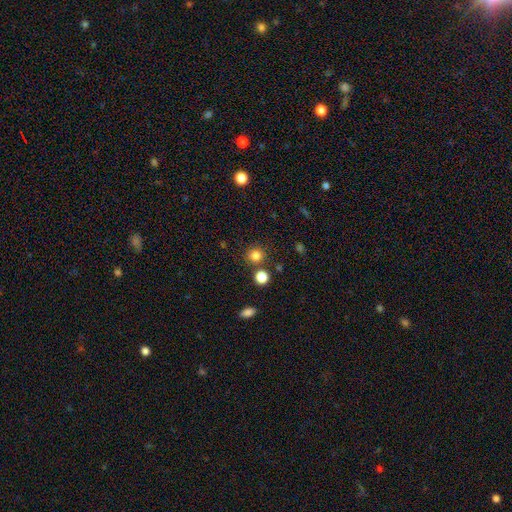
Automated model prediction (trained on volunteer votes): smooth 82%, star or artifact 14%, featured or disk 4%. Down the decision tree: how rounded — round (90%); merging — none (82%).